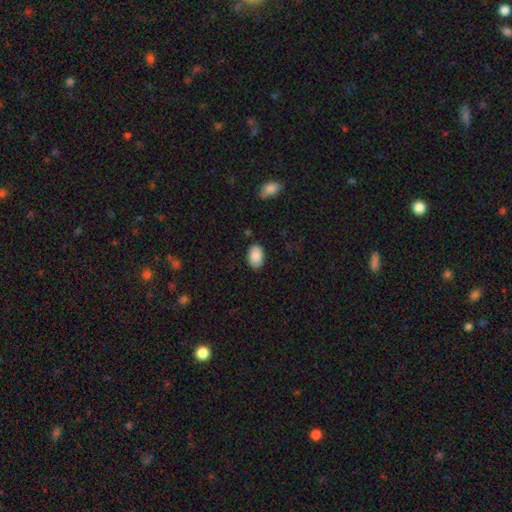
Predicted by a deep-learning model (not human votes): This appears to be a smooth galaxy with no disk features (89%) that is in between round and cigar-shaped (91%). Merging: none (85%).